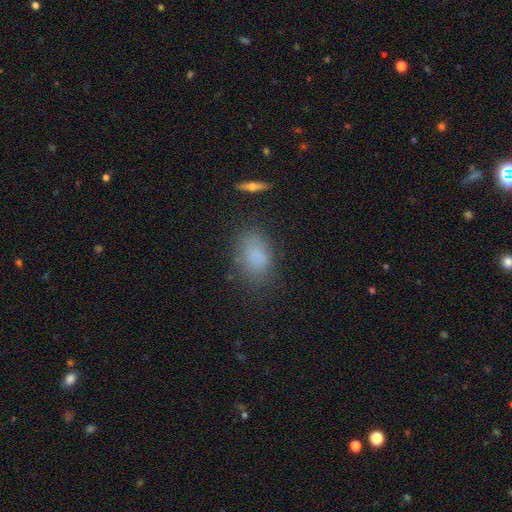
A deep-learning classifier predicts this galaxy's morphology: smooth_or_featured: smooth (p=0.81) [alt: star or artifact p=0.11]
how_rounded: in between (p=0.82) [alt: round p=0.16]
merging: none (p=0.76) [alt: minor disturbance p=0.17]